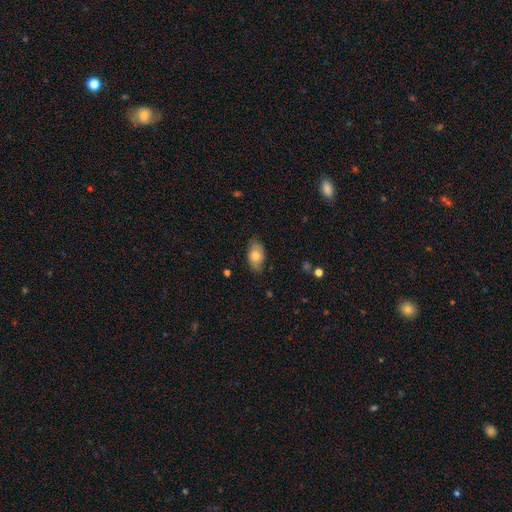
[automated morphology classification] This is likely a smooth galaxy (68%). How rounded: clearly in between (90%). Merging: likely none (77%).